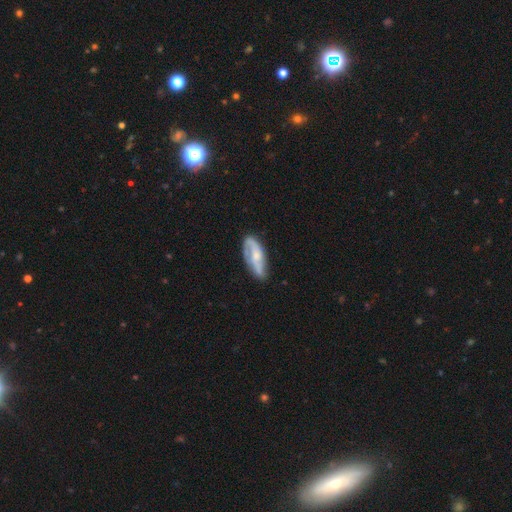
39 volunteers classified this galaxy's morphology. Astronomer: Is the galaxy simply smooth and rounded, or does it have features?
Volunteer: featured or disk — 74%.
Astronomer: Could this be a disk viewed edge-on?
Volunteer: no — 86%.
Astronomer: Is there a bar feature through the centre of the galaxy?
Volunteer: no — 68%.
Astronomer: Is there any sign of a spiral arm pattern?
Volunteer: yes — 92%.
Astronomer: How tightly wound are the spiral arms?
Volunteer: loose — 39% (runner-up: tight, 35%).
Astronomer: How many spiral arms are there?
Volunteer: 2 — 61%.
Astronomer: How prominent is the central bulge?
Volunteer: moderate — 64%.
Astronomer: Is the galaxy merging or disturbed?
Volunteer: none — 51% (runner-up: minor disturbance, 32%).